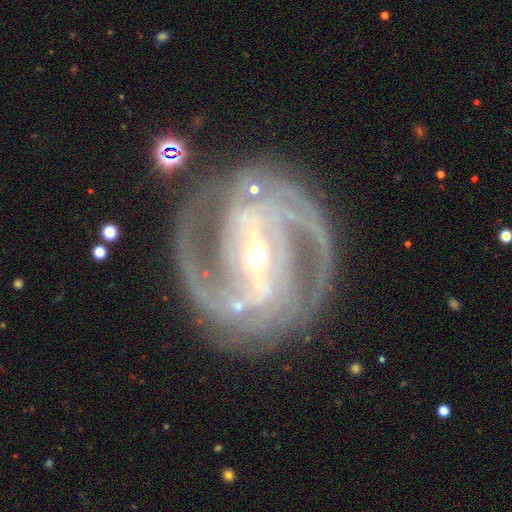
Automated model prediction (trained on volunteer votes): Overall: featured or disk (92%). Edge-on disk: no (96%). Bar: strong (73%). Spiral arms: yes (98%). Spiral arm count: 2 (64%). Spiral winding: tight (52%; medium 41%). Bulge size: small (65%; moderate 31%). Merging: none (78%).